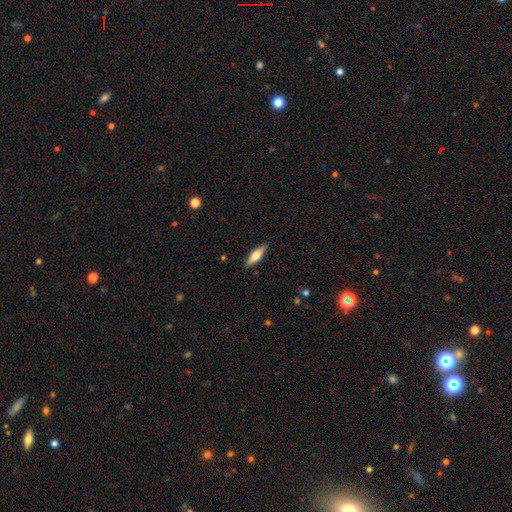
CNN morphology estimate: A smooth galaxy with no disk features (64%) that is cigar-shaped (57%). Merging: none (89%).